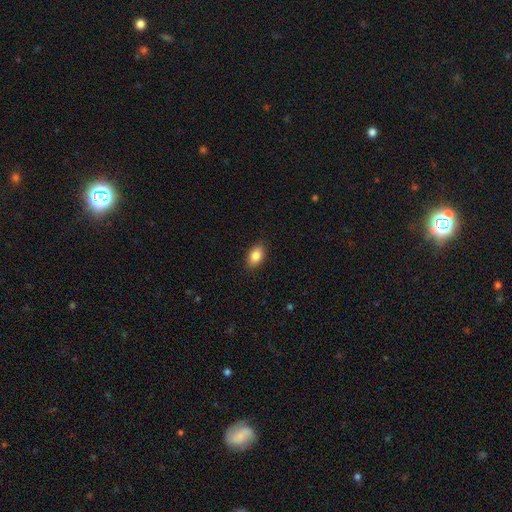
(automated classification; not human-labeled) Smooth or featured: smooth — 86% (star or artifact — 7%)
How rounded: in between — 90% (round — 7%)
Merging: none — 88% (minor disturbance — 9%)